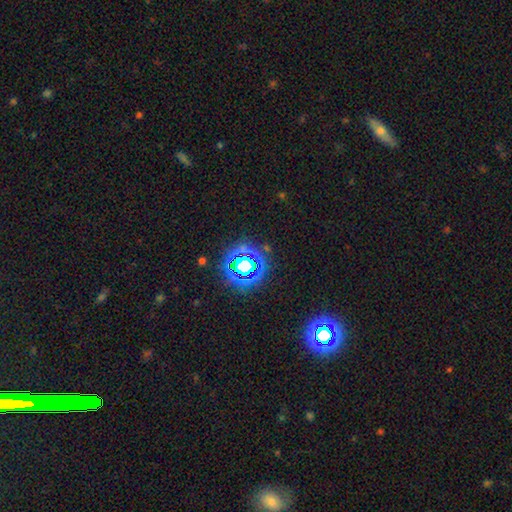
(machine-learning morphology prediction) Overall: star or artifact (77%).